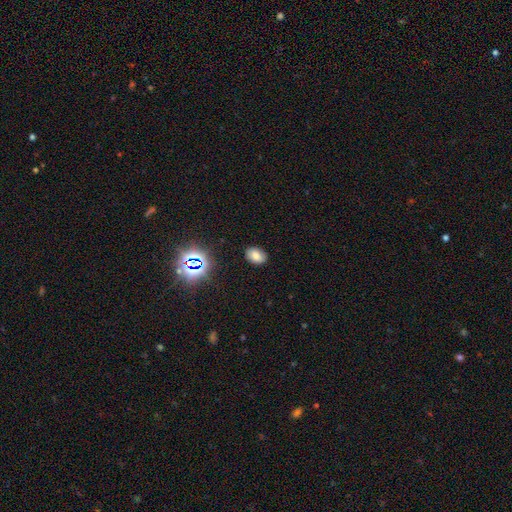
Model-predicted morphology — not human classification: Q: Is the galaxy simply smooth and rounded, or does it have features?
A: smooth — 73%.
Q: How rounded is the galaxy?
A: in between — 79%.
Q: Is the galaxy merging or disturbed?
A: none — 87%.